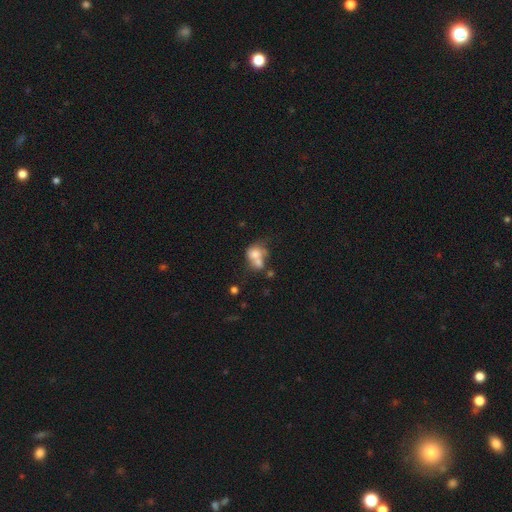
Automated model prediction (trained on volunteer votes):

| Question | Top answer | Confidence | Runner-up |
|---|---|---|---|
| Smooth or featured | smooth | 67% | featured or disk (22%) |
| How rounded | round | 53% | in between (46%) |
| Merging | merger | 60% | none (21%) |